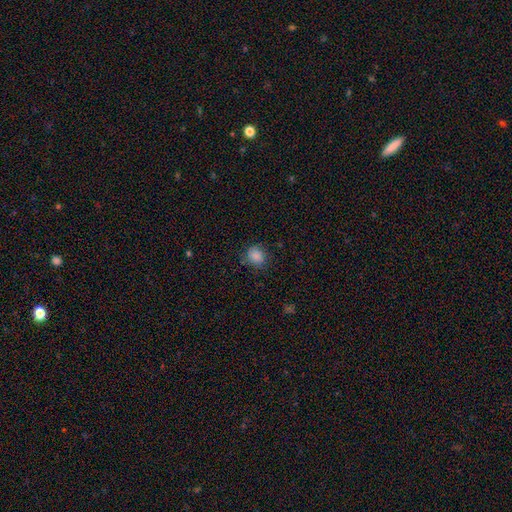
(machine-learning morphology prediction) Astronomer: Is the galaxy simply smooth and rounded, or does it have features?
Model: smooth — 86%.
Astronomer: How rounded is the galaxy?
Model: round — 75%.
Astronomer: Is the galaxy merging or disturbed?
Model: none — 77%.